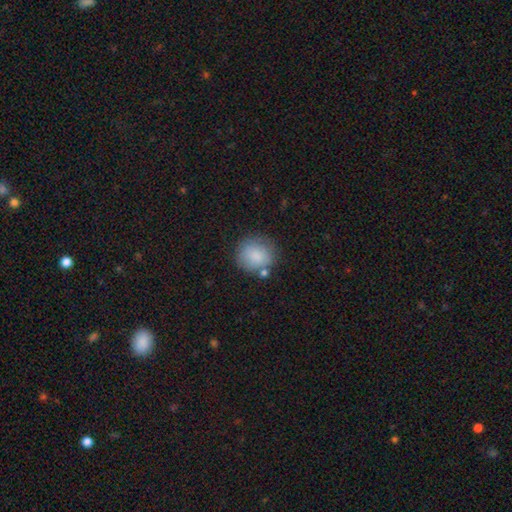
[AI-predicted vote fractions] smooth_or_featured: smooth (p=0.85) [alt: featured or disk p=0.08]
how_rounded: round (p=0.86) [alt: in between p=0.13]
merging: none (p=0.70) [alt: minor disturbance p=0.16]